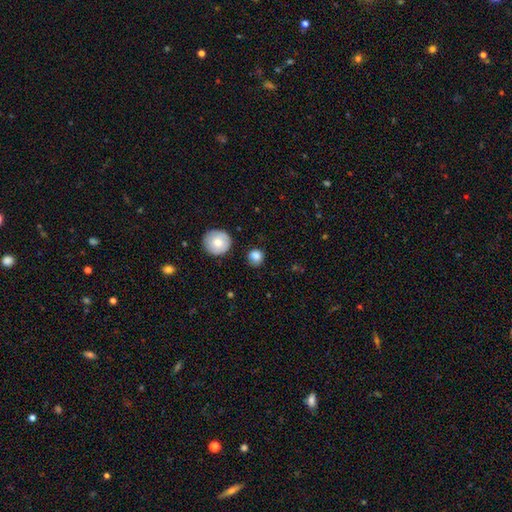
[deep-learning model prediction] This appears to be a smooth galaxy with no disk features (83%) that is round (87%). Merging: none (79%).